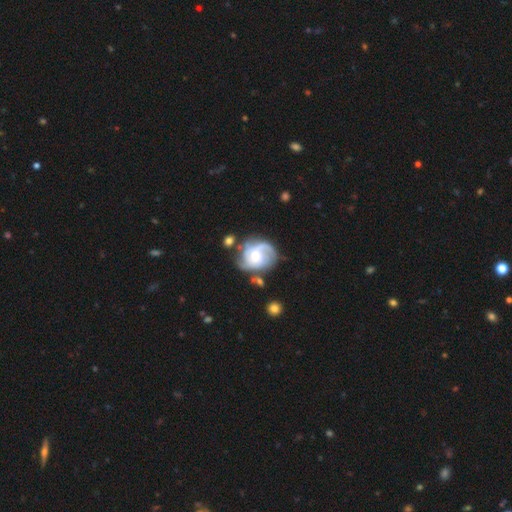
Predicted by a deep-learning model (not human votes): Morphology: type=featured or disk (80%); edge-on=no (98%); bar=no (64%); spiral arms=yes (94%); winding=medium (41%); arm count=2 (41%); bulge=moderate (61%); merging=none (58%).